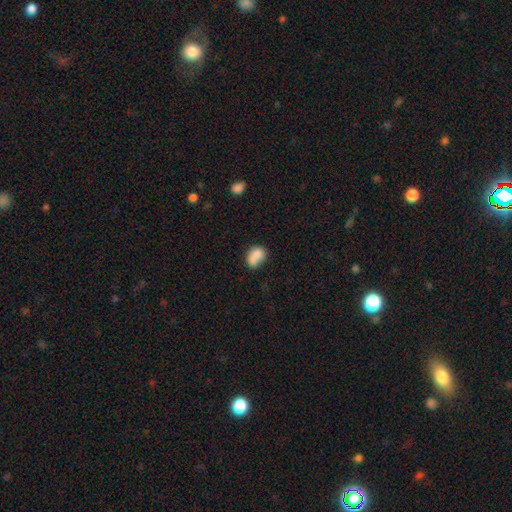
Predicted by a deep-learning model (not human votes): Morphology: type=smooth (80%); roundness=in between (63%); merging=none (40%).